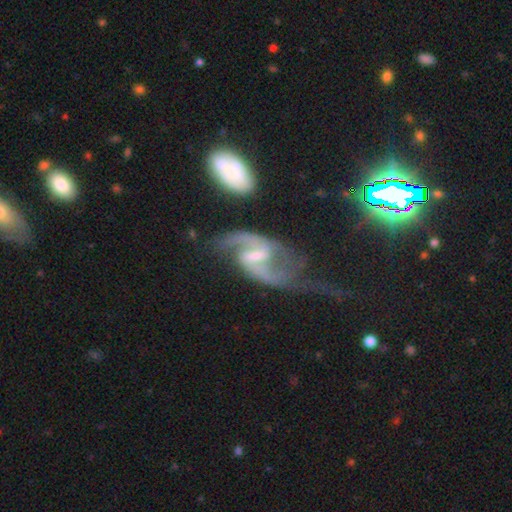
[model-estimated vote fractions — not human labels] Morphology: type=featured or disk (90%); edge-on=no (97%); bar=weak (47%); spiral arms=yes (97%); winding=loose (51%); arm count=2 (91%); bulge=small (53%); merging=none (45%).